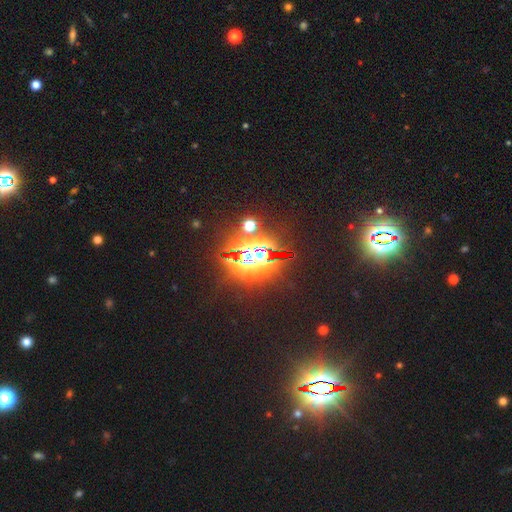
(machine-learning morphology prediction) Smooth or featured? star or artifact (75%)